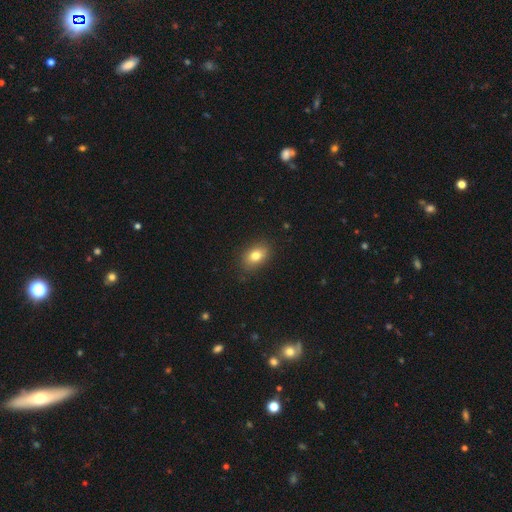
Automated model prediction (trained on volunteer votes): Smooth or featured: smooth — 79% (featured or disk — 11%)
How rounded: in between — 77% (round — 22%)
Merging: none — 84% (minor disturbance — 12%)